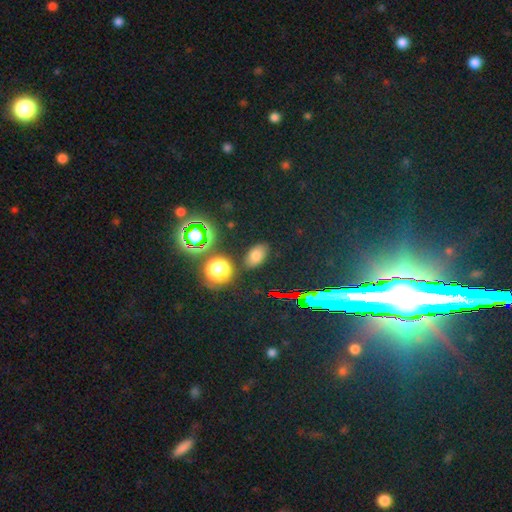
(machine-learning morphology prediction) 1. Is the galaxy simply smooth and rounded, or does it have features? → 63% smooth, 28% star or artifact, 9% featured or disk.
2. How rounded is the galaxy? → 84% in between, 13% round, 3% cigar-shaped.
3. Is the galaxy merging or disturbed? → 85% none, 9% minor disturbance, 3% major disturbance, 3% merger.